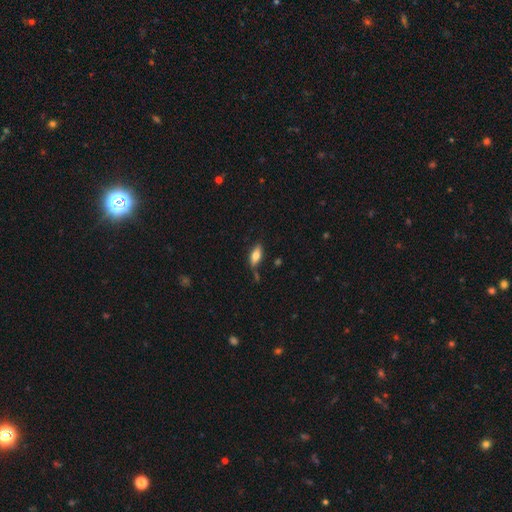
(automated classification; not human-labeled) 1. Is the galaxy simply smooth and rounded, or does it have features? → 73% smooth, 19% featured or disk, 7% star or artifact.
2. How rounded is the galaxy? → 80% in between, 17% cigar-shaped, 3% round.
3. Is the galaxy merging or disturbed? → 72% none, 18% minor disturbance, 6% merger, 4% major disturbance.